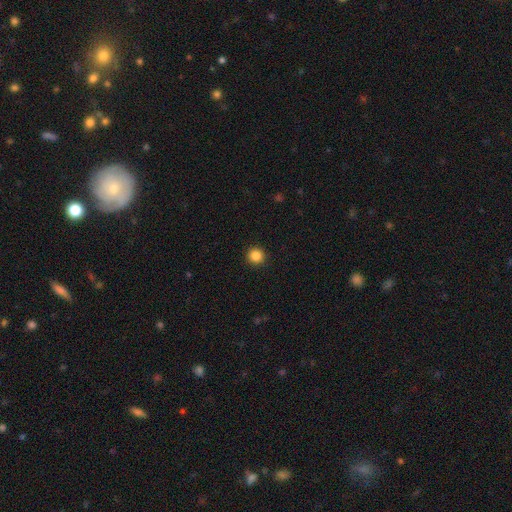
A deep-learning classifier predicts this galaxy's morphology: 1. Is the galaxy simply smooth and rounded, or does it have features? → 86% smooth, 11% star or artifact, 3% featured or disk.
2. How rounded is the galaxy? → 94% round, 5% in between, 1% cigar-shaped.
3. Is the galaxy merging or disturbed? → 93% none, 5% minor disturbance, 2% major disturbance, 1% merger.